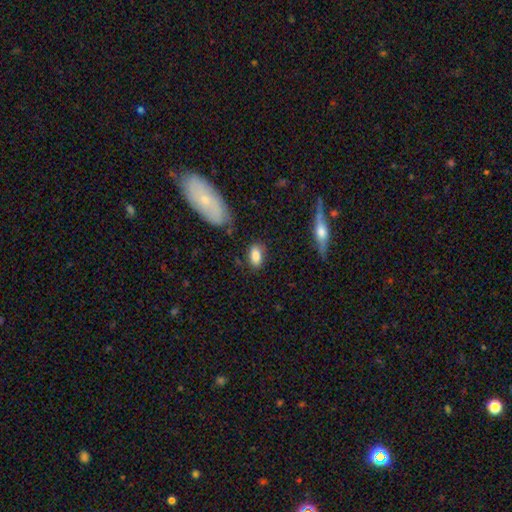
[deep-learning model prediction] Smooth or featured? Predicted: smooth (p=0.85). How rounded? Predicted: in between (p=0.88). Merging? Predicted: none (p=0.78).